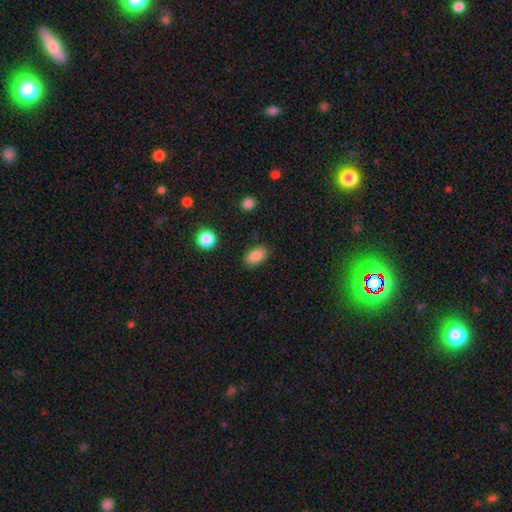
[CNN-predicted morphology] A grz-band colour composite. It shows a smooth galaxy with no disk features (87%) that is in between round and cigar-shaped (89%). Merging: none (85%).